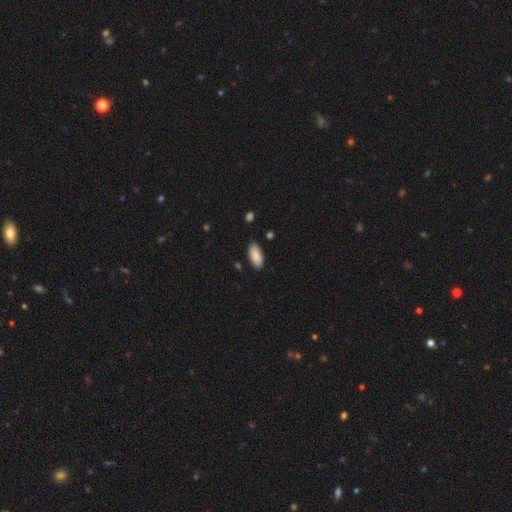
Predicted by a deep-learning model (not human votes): Smooth or featured?
  - smooth: 89% *
  - star or artifact: 6%
  - featured or disk: 5%
How rounded?
  - in between: 90% *
  - cigar-shaped: 8%
  - round: 2%
Merging?
  - none: 86% *
  - minor disturbance: 10%
  - major disturbance: 2%
  - merger: 2%